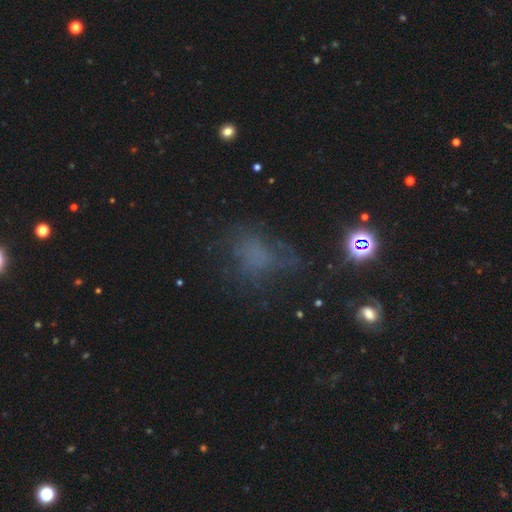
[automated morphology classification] smooth 41%, star or artifact 32%, featured or disk 27%. Down the decision tree: merging — none (49%).